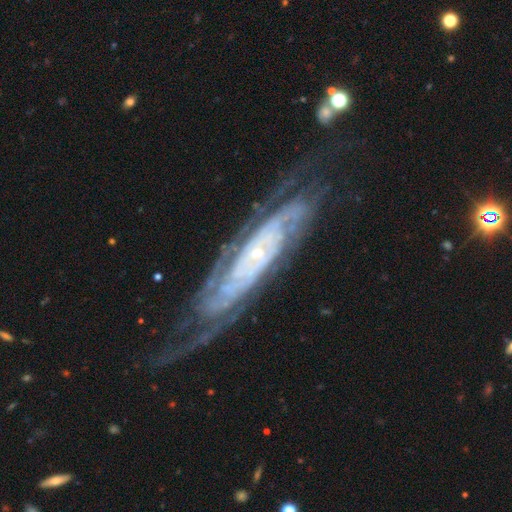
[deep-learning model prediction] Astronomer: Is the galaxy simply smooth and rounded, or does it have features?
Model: featured or disk — 90%.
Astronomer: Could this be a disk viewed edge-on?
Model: no — 88%.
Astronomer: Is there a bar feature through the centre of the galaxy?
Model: no — 65%.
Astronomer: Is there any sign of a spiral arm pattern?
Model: yes — 98%.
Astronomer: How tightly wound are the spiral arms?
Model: tight — 76%.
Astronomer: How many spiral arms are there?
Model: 2 — 25% (runner-up: can't tell, 24%).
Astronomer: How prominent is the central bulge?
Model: small — 83%.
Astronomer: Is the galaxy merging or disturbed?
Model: none — 71%.